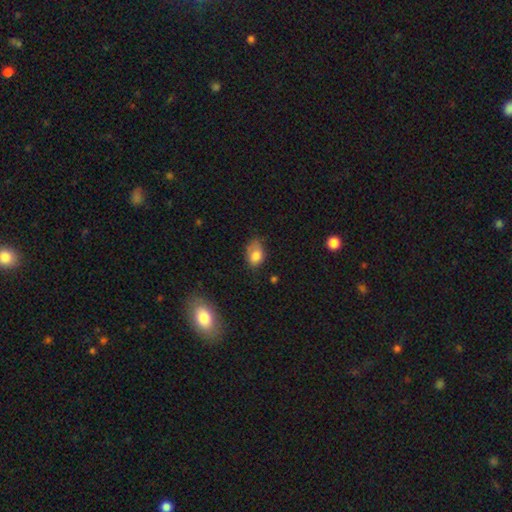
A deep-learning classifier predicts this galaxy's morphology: Smooth or featured?
  - smooth: 79% *
  - featured or disk: 12%
  - star or artifact: 9%
How rounded?
  - in between: 79% *
  - round: 19%
  - cigar-shaped: 1%
Merging?
  - none: 42% *
  - minor disturbance: 38%
  - major disturbance: 16%
  - merger: 4%